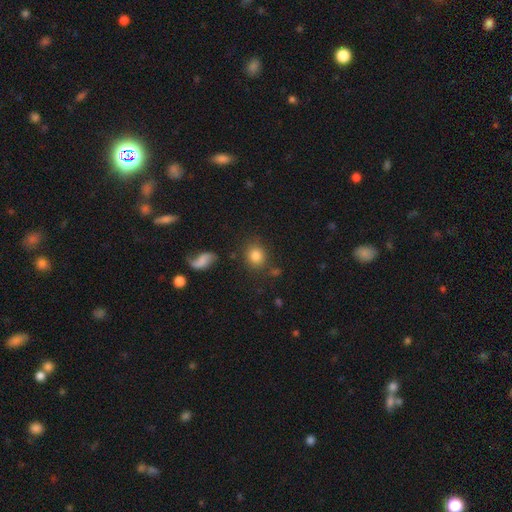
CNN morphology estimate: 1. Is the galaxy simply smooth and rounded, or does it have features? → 84% smooth, 10% star or artifact, 7% featured or disk.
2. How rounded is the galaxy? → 73% round, 25% in between, 1% cigar-shaped.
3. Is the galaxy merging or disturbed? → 79% none, 11% minor disturbance, 5% merger, 4% major disturbance.